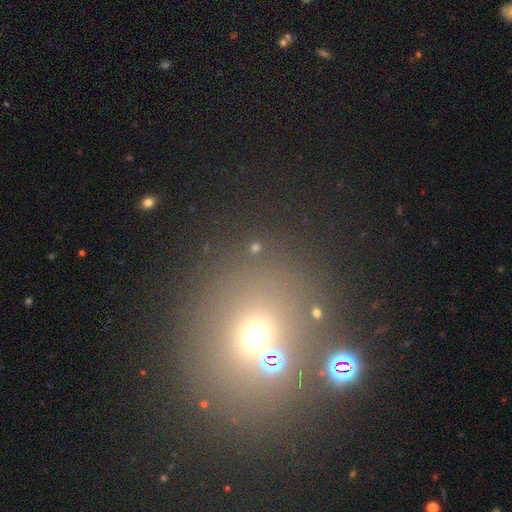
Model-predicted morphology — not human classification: Q: Smooth or featured?
A: smooth (52%); runner-up: star or artifact (34%)
Q: How rounded?
A: round (79%); runner-up: in between (20%)
Q: Merging?
A: none (69%); runner-up: merger (16%)